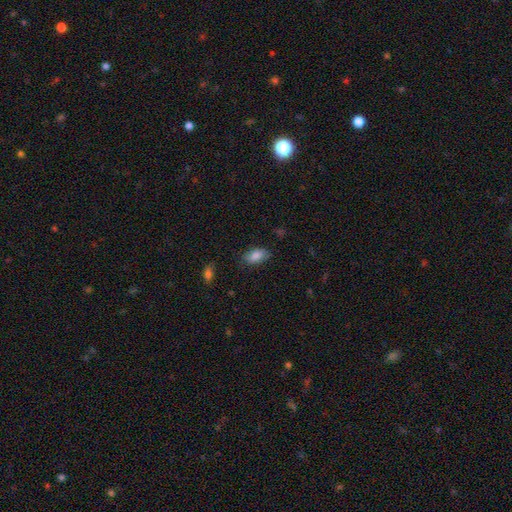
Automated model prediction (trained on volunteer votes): Morphology: type=smooth (85%); roundness=in between (92%); merging=none (78%).